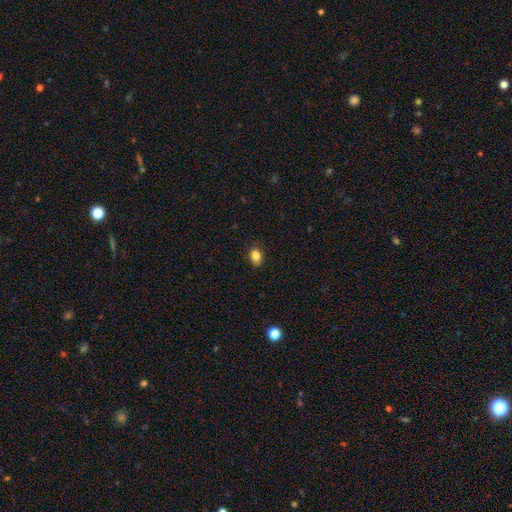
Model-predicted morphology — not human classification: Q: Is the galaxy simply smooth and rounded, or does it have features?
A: smooth — 85%.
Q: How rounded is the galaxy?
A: in between — 74%.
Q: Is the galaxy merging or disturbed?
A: none — 87%.